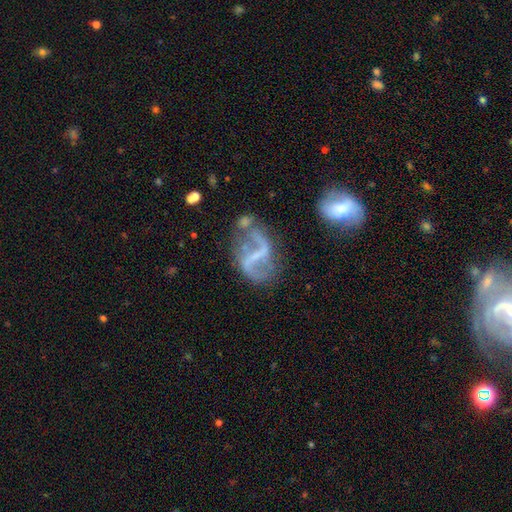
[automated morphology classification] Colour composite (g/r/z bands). It shows a featured or disk galaxy (84%) with a strong bar (48%), 2 (90%) loose (73%) spiral arms (87%) and a small central bulge (46%). Merging: none (54%).